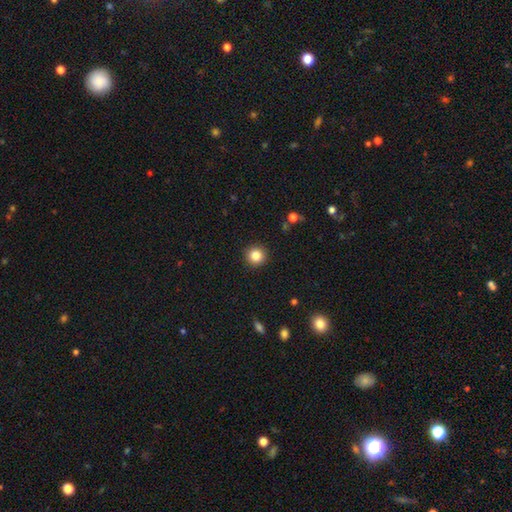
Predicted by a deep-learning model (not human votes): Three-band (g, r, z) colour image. It shows a smooth galaxy with no disk features (84%) that is round (95%). Merging: none (92%).